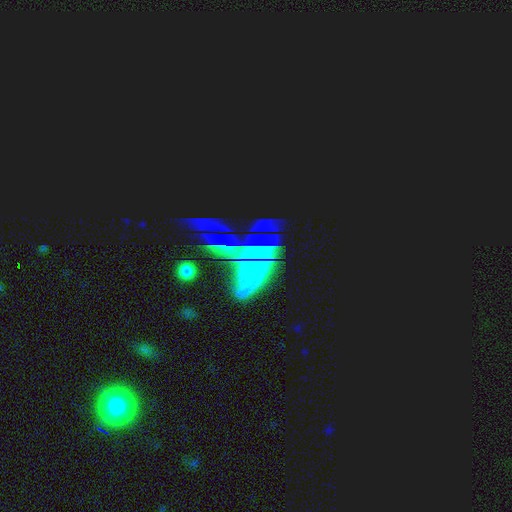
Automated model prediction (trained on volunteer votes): A featured or disk galaxy (45%).

Vote fractions:
- Smooth or featured? featured or disk: 45% / star or artifact: 38% / smooth: 17%
- Merging? none: 34% / merger: 25% / major disturbance: 24% / minor disturbance: 17%